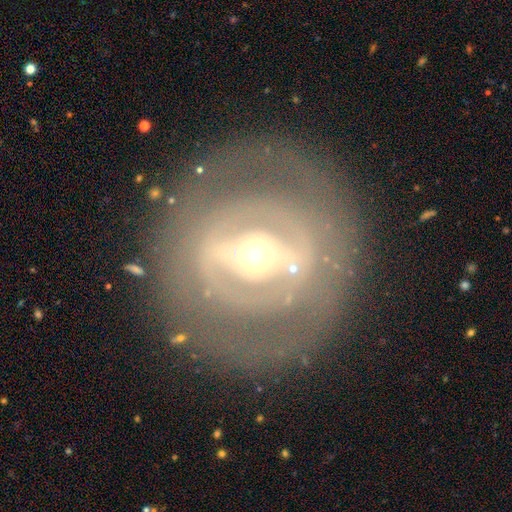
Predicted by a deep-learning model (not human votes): featured or disk 75%, smooth 18%, star or artifact 6%. Down the decision tree: edge-on disk — no (93%); bar — strong (46%); spiral arms — no (62%); bulge size — moderate (57%); merging — none (79%).